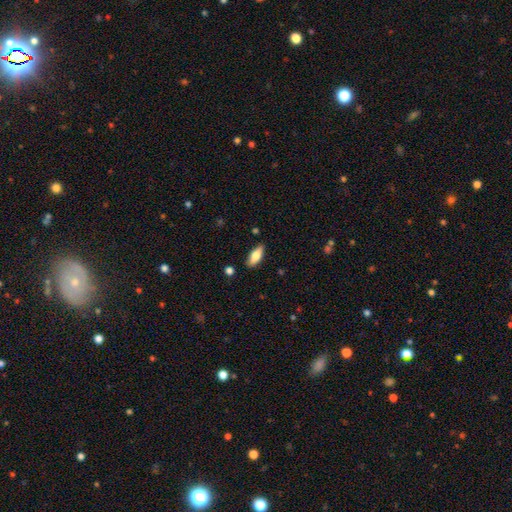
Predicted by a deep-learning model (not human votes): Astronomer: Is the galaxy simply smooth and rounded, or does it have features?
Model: smooth — 72%.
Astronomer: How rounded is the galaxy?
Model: in between — 74%.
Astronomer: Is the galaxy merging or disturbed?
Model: none — 85%.